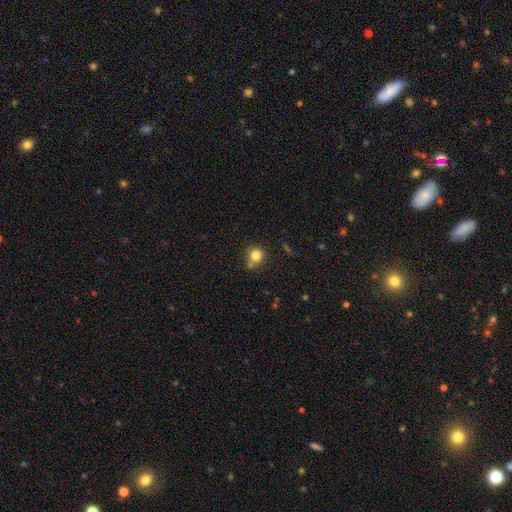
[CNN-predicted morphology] Smooth or featured? Predicted: smooth (p=0.80). How rounded? Predicted: round (p=0.90). Merging? Predicted: none (p=0.70).